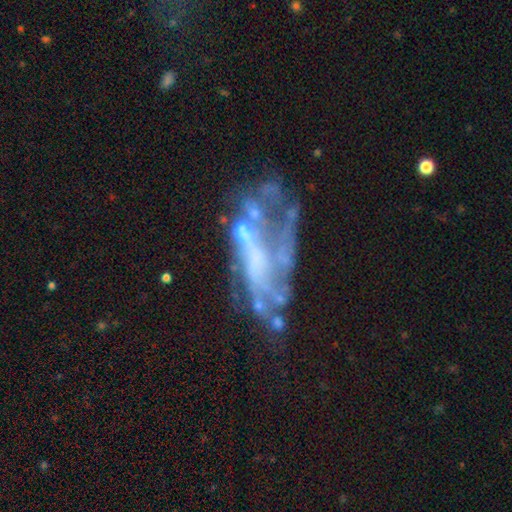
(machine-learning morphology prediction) Smooth or featured? featured or disk (72%)
Edge-on disk? no (92%)
Bar? no (74%)
Spiral arms? no (68%)
Bulge size? none (61%)
Merging? none (36%)